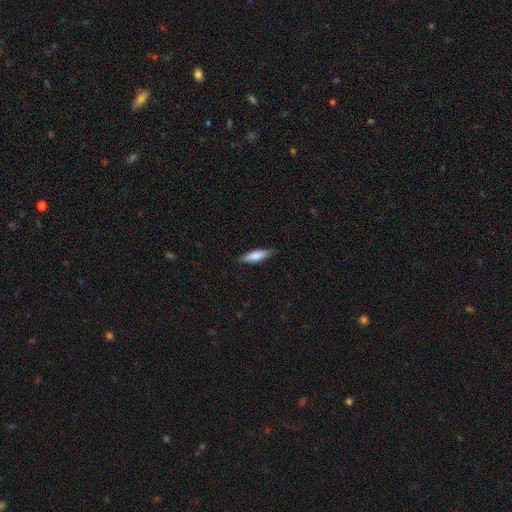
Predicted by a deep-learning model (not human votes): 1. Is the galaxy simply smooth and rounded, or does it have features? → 74% smooth, 21% featured or disk, 6% star or artifact.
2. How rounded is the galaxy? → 65% cigar-shaped, 34% in between, 2% round.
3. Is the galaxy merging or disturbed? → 87% none, 10% minor disturbance, 2% major disturbance, 1% merger.